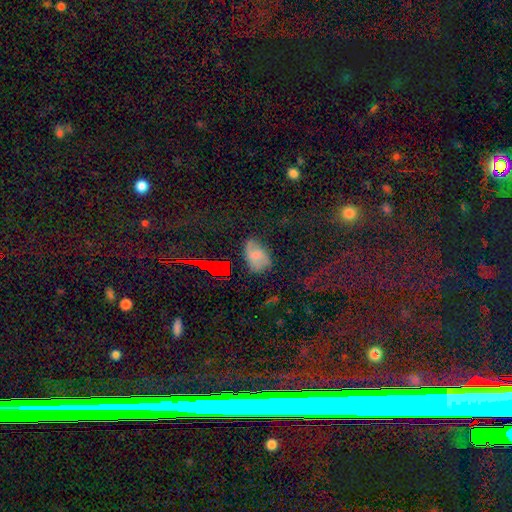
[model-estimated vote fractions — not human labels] Smooth or featured? Predicted: smooth (p=0.49). Merging? Predicted: none (p=0.57).